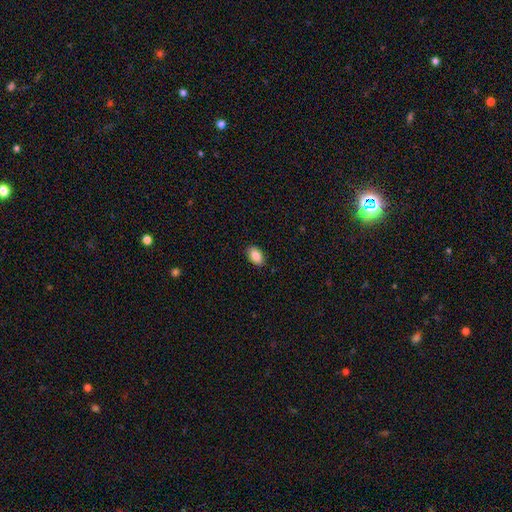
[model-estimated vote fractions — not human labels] A smooth galaxy with no disk features (87%) that is in between round and cigar-shaped (91%).

Vote fractions:
- Smooth or featured? smooth: 87% / star or artifact: 7% / featured or disk: 6%
- How rounded? in between: 91% / round: 8% / cigar-shaped: 1%
- Merging? none: 88% / minor disturbance: 9% / major disturbance: 2% / merger: 1%